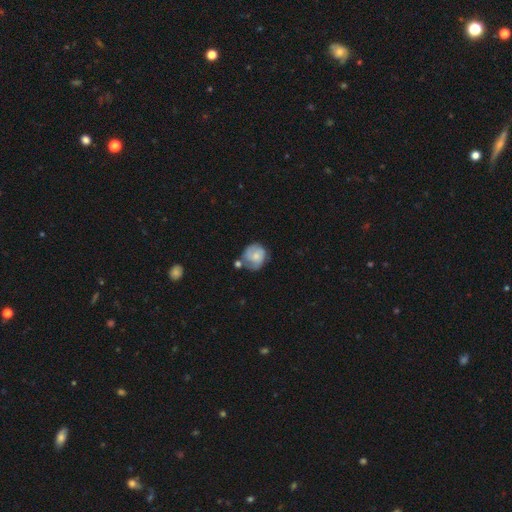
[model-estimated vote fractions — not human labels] Smooth or featured? Predicted: smooth (p=0.54). How rounded? Predicted: round (p=0.80). Merging? Predicted: none (p=0.48).